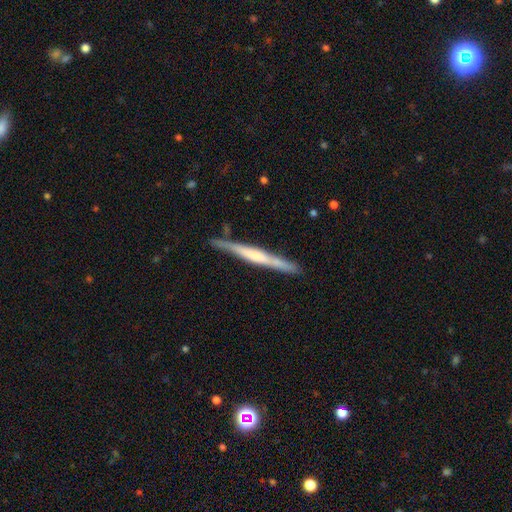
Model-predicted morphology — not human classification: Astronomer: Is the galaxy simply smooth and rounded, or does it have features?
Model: featured or disk — 64%.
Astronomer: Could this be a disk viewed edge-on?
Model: yes — 97%.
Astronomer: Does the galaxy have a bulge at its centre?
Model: none — 36% (runner-up: rounded, 34%).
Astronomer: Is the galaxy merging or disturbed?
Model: none — 83%.